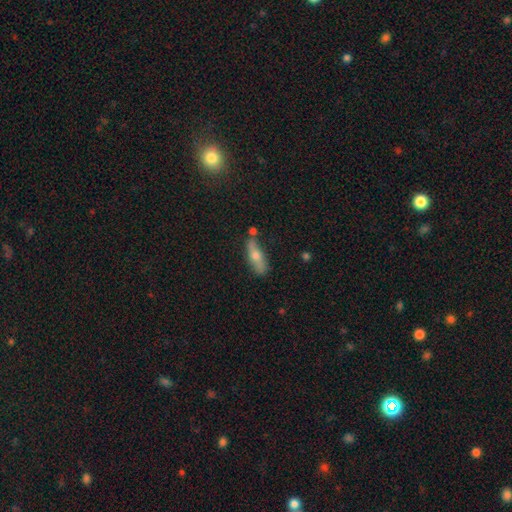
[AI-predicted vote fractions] A smooth galaxy with no disk features (57%) that is cigar-shaped (53%).

Vote fractions:
- Smooth or featured? smooth: 57% / featured or disk: 36% / star or artifact: 7%
- How rounded? cigar-shaped: 53% / in between: 44% / round: 4%
- Merging? none: 67% / minor disturbance: 19% / merger: 9% / major disturbance: 5%